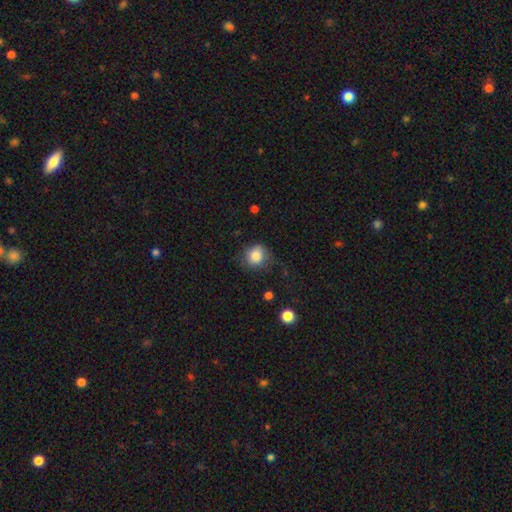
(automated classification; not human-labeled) Overall: smooth (84%). How rounded: round (80%). Merging: none (64%).